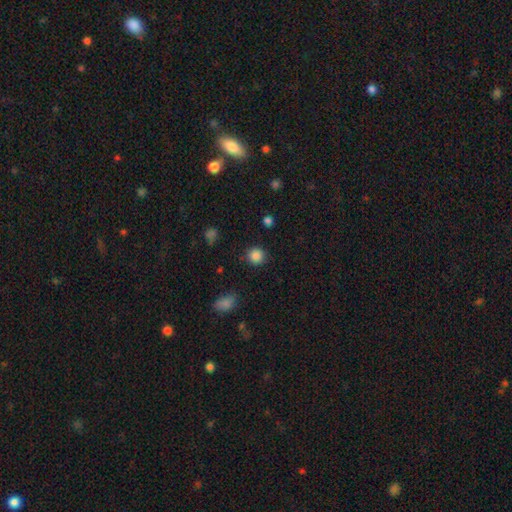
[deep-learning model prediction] The model was most divided on "smooth or featured": smooth: 86%, star or artifact: 11%, featured or disk: 3%. More confident: how rounded — round (92%); merging — none (88%).